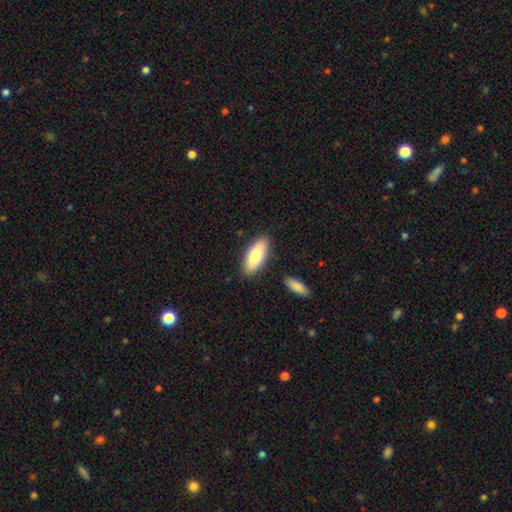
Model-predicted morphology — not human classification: type=smooth (79%); roundness=in between (80%); merging=none (84%).